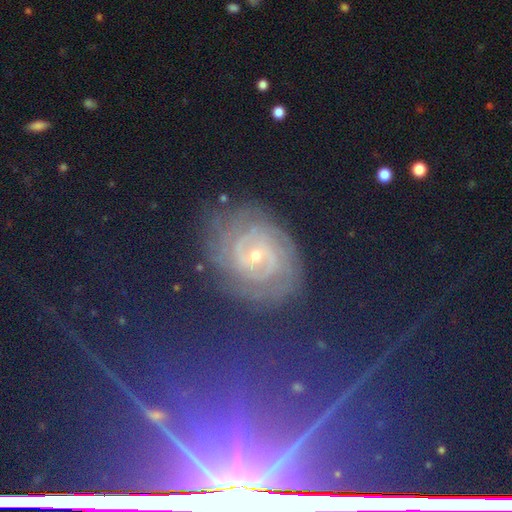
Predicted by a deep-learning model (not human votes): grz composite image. It shows a featured or disk galaxy (78%) with no bar (52%), 2 (33%) tight (75%) spiral arms (96%) and a small central bulge (73%). Merging: none (75%).